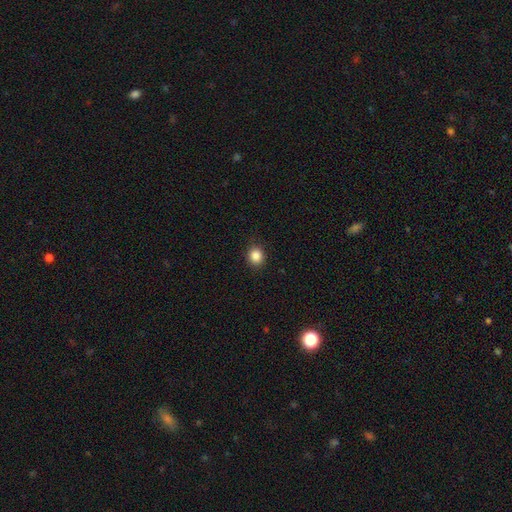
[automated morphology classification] Q: Smooth or featured?
A: smooth (86%); runner-up: star or artifact (10%)
Q: How rounded?
A: round (79%); runner-up: in between (20%)
Q: Merging?
A: none (89%); runner-up: minor disturbance (8%)